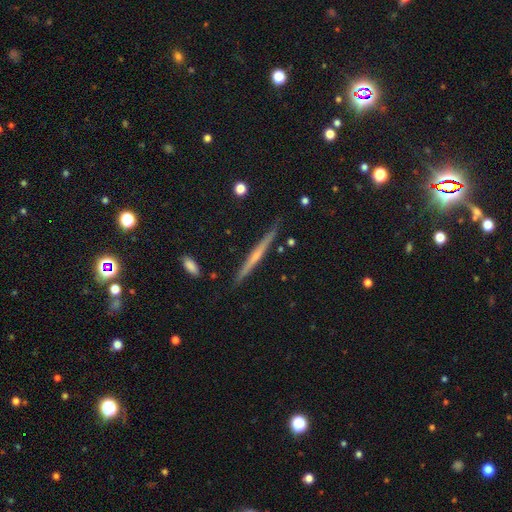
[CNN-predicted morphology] smooth-or-featured: featured or disk: 67% | smooth: 26% | star or artifact: 7%
  disk-edge-on: yes: 98% | no: 2%
    edge-on-bulge: none: 49% | rounded: 46% | boxy: 5%
  merging: none: 89% | minor disturbance: 8% | merger: 2% | major disturbance: 1%